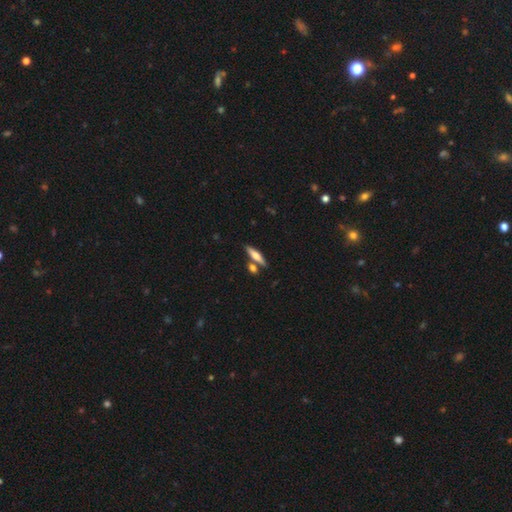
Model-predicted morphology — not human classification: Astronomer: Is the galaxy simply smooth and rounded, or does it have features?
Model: smooth — 55% (runner-up: featured or disk, 39%).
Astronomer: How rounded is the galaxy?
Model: cigar-shaped — 73%.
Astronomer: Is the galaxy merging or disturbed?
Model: none — 75%.